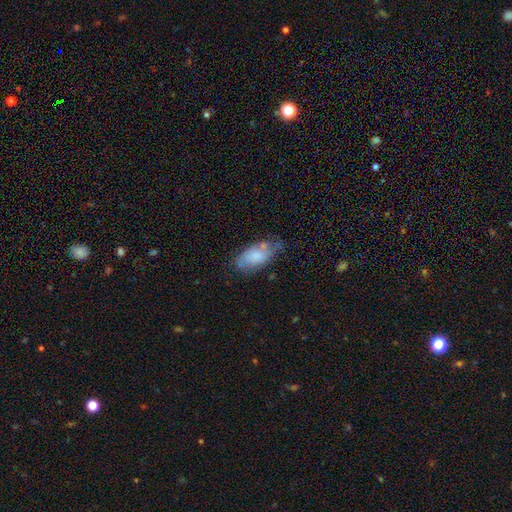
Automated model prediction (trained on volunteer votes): smooth_or_featured: smooth (p=0.70) [alt: featured or disk p=0.22]
how_rounded: in between (p=0.92) [alt: cigar-shaped p=0.05]
merging: none (p=0.49) [alt: minor disturbance p=0.35]